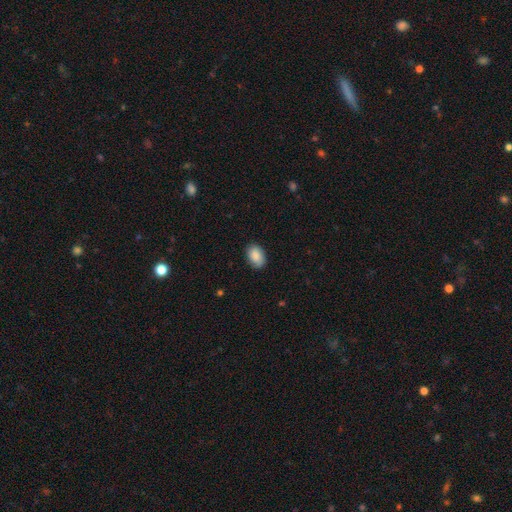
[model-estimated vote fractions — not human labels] This appears to be a smooth galaxy with no disk features (88%) that is in between round and cigar-shaped (87%). Merging: none (84%).